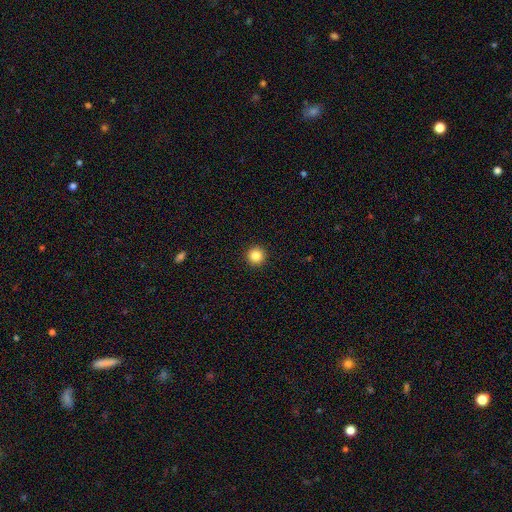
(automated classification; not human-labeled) A smooth galaxy with no disk features (85%) that is round (96%). Merging: none (94%).